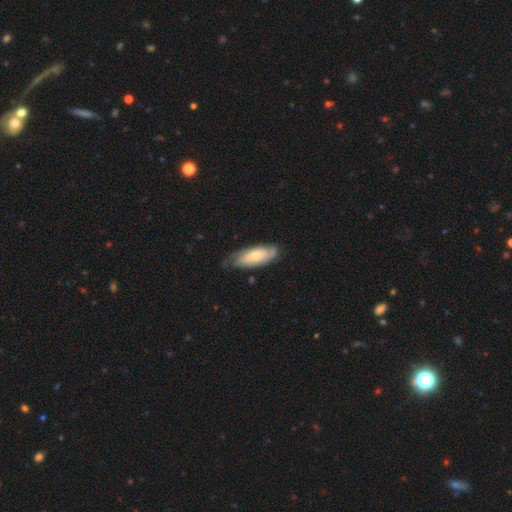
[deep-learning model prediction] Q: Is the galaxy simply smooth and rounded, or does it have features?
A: featured or disk — 62%.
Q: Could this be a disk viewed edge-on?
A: no — 87%.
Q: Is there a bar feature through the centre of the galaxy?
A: no — 73%.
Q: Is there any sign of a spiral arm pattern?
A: yes — 86%.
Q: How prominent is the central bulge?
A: moderate — 49%.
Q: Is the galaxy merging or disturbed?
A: none — 62%.